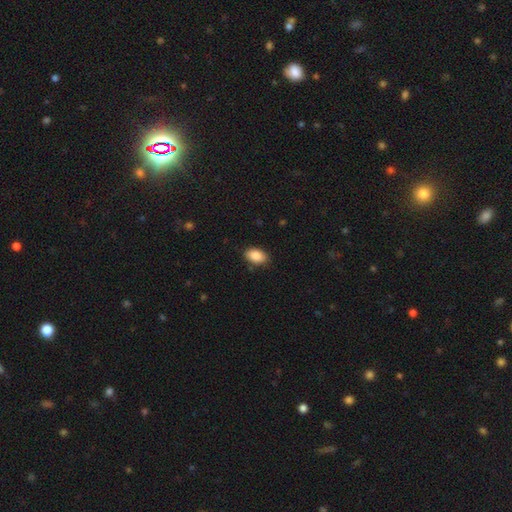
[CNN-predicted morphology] The model was most divided on "merging": none: 84%, minor disturbance: 12%, major disturbance: 3%, merger: 1%. More confident: how rounded — in between (91%); smooth or featured — smooth (89%).